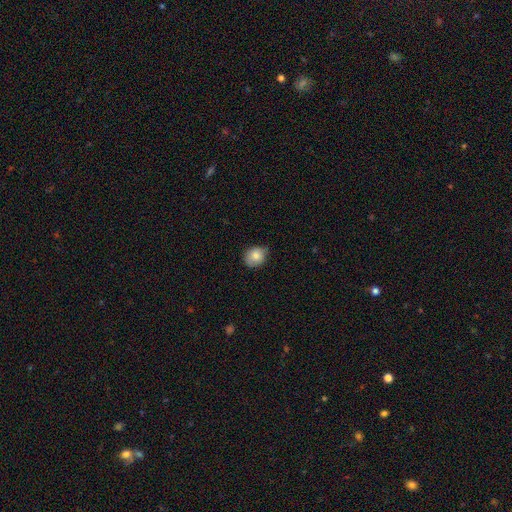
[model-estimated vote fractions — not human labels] Smooth or featured: smooth — 81% (featured or disk — 10%)
How rounded: round — 67% (in between — 33%)
Merging: none — 70% (minor disturbance — 25%)